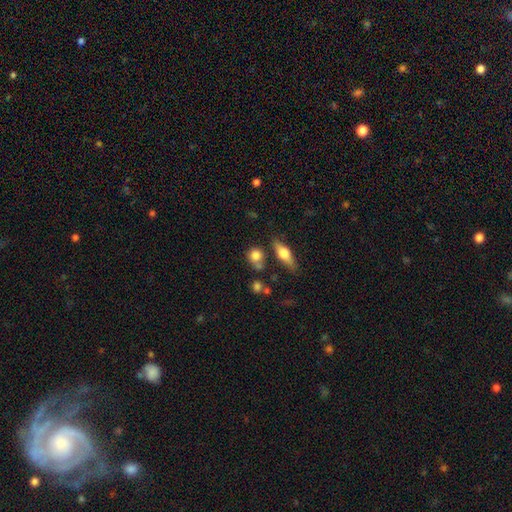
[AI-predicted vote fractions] Overall: smooth (78%). How rounded: round (72%). Merging: none (59%; merger 20%).